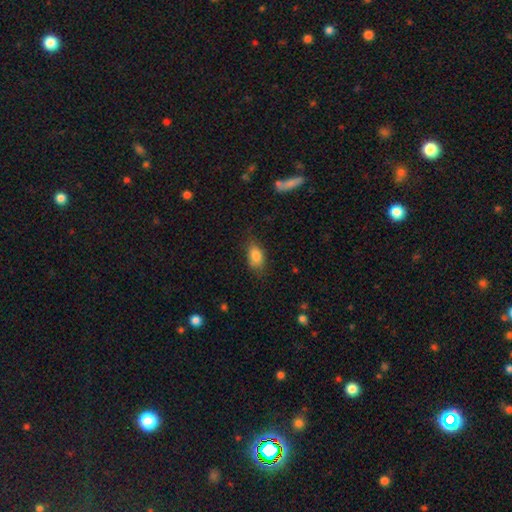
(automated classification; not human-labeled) Q: Smooth or featured?
A: smooth (83%); runner-up: featured or disk (9%)
Q: How rounded?
A: in between (85%); runner-up: round (12%)
Q: Merging?
A: none (74%); runner-up: minor disturbance (20%)